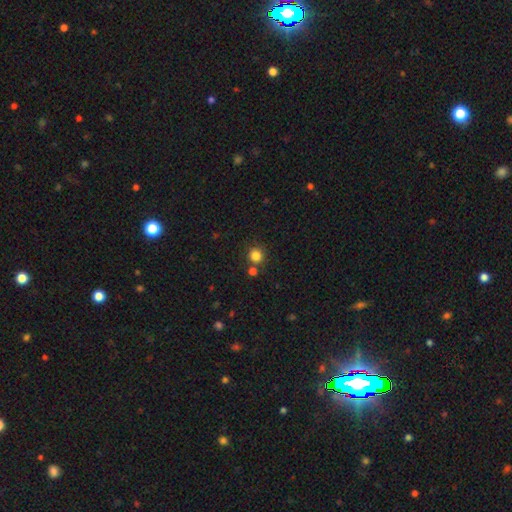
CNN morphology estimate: This appears to be a smooth galaxy with no disk features (83%) that is round (91%). Merging: none (79%).